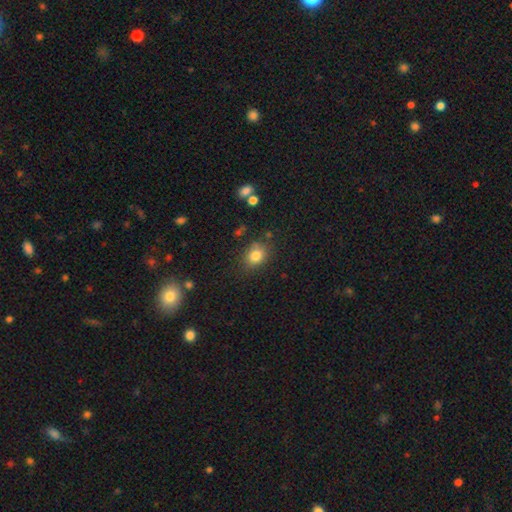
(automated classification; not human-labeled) smooth_or_featured: smooth (p=0.82) [alt: star or artifact p=0.11]
how_rounded: in between (p=0.51) [alt: round p=0.48]
merging: none (p=0.76) [alt: minor disturbance p=0.16]